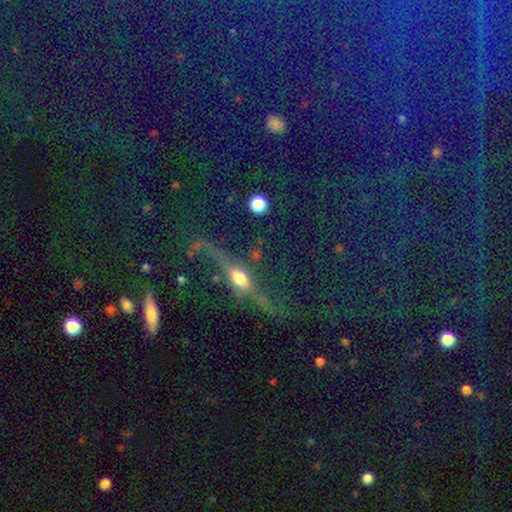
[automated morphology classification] Smooth or featured: featured or disk — 53% (smooth — 26%)
Edge-on disk: yes — 56% (no — 44%)
Merging: none — 58% (major disturbance — 17%)